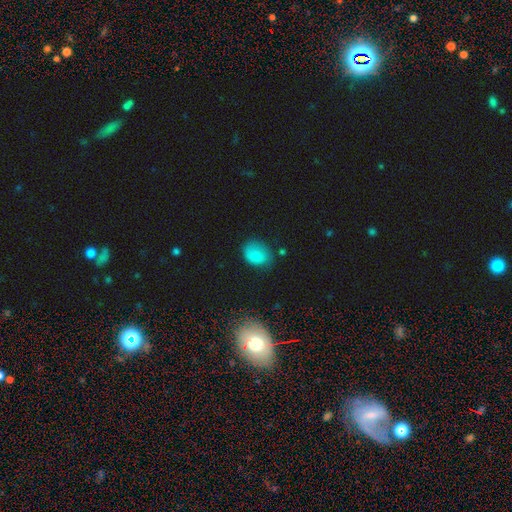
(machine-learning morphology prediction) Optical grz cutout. It shows a smooth galaxy with no disk features (77%) that is in between round and cigar-shaped (60%). Merging: none (57%).